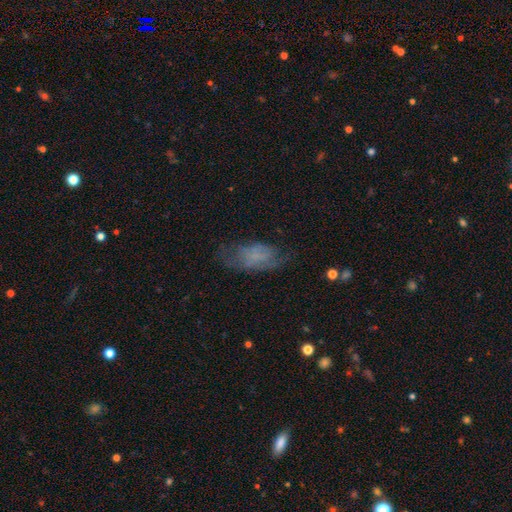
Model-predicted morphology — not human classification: smooth_or_featured: smooth (p=0.51) [alt: featured or disk p=0.37]
how_rounded: in between (p=0.89) [alt: cigar-shaped p=0.07]
merging: none (p=0.50) [alt: minor disturbance p=0.27]